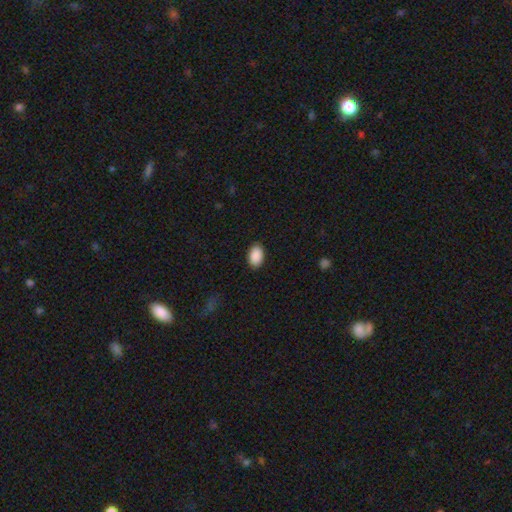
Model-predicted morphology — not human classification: smooth_or_featured: smooth (p=0.91) [alt: star or artifact p=0.06]
how_rounded: in between (p=0.92) [alt: round p=0.07]
merging: none (p=0.89) [alt: minor disturbance p=0.08]